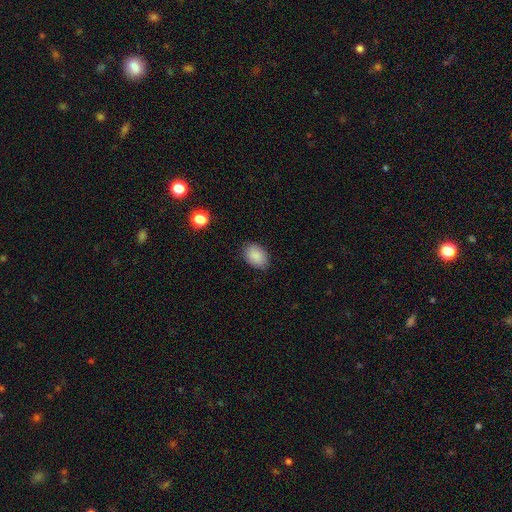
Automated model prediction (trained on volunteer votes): Smooth or featured? smooth (88%)
How rounded? in between (83%)
Merging? none (85%)